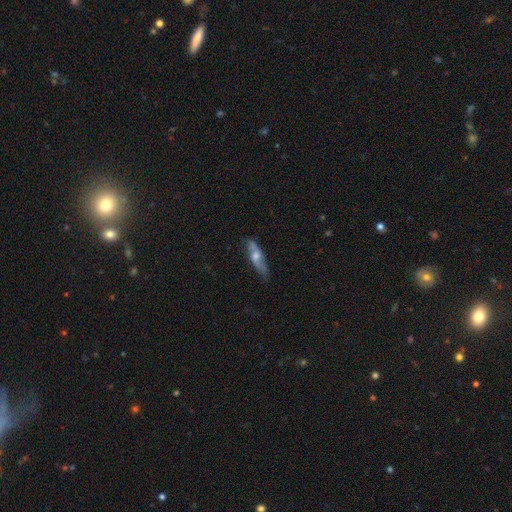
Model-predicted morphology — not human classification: This appears to be a featured or disk galaxy (59%) viewed edge-on (59%). Merging: none (74%).